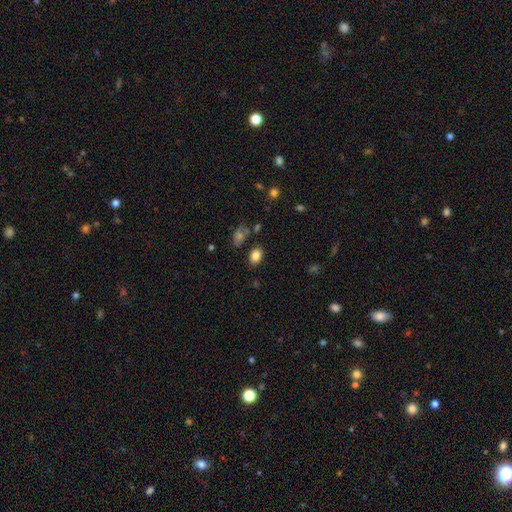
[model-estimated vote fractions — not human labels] smooth-or-featured: smooth: 84% | star or artifact: 10% | featured or disk: 6%
  how-rounded: in between: 81% | round: 17% | cigar-shaped: 1%
  merging: none: 82% | minor disturbance: 11% | merger: 4% | major disturbance: 3%